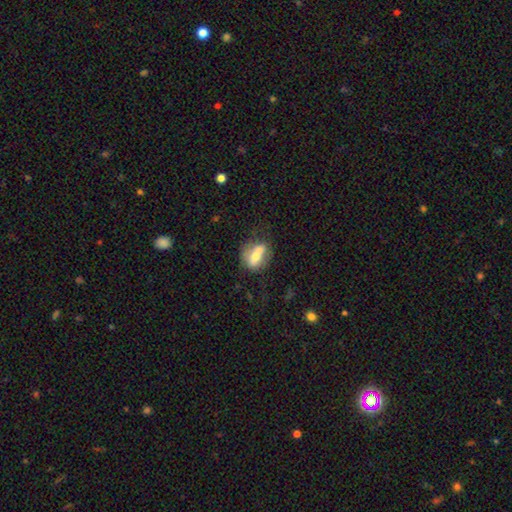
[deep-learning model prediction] smooth-or-featured: smooth: 54% | featured or disk: 38% | star or artifact: 8%
  how-rounded: in between: 67% | round: 21% | cigar-shaped: 12%
  merging: none: 48% | minor disturbance: 21% | merger: 19% | major disturbance: 12%